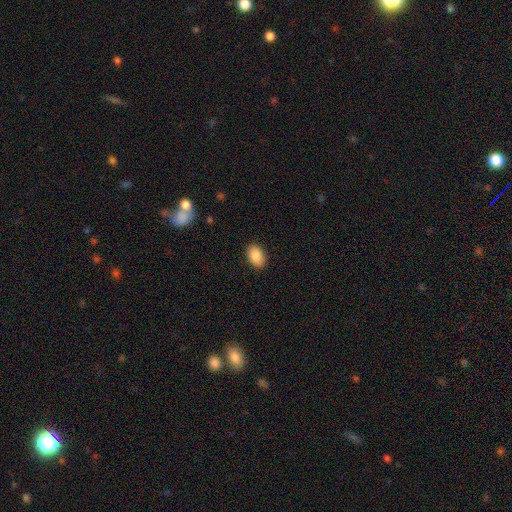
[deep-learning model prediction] This is clearly a smooth galaxy (87%). How rounded: clearly in between (88%). Merging: clearly none (89%).